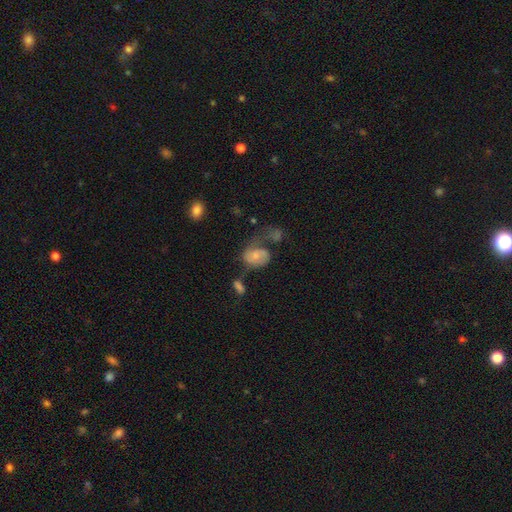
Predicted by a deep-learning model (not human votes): Smooth or featured?
  - featured or disk: 46% *
  - smooth: 45%
  - star or artifact: 9%
Merging?
  - major disturbance: 39% *
  - none: 23%
  - merger: 20%
  - minor disturbance: 18%